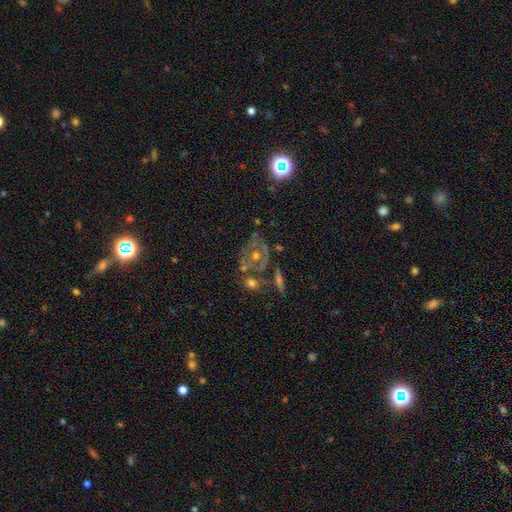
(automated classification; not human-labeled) Morphology: type=featured or disk (64%); edge-on=no (94%); bar=no (85%); spiral arms=no (62%); bulge=moderate (65%); merging=none (48%).